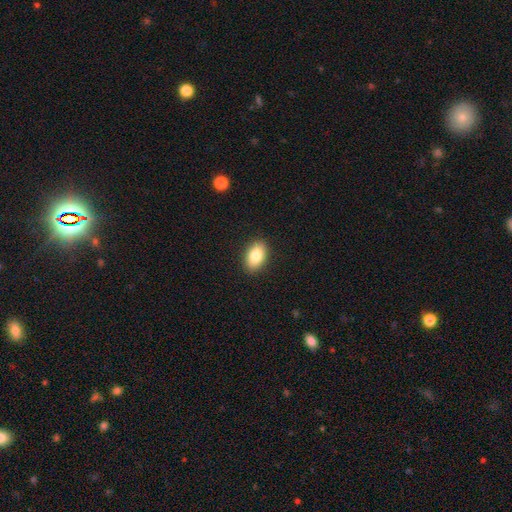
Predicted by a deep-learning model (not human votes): A smooth galaxy with no disk features (83%) that is in between round and cigar-shaped (89%). Merging: none (90%).